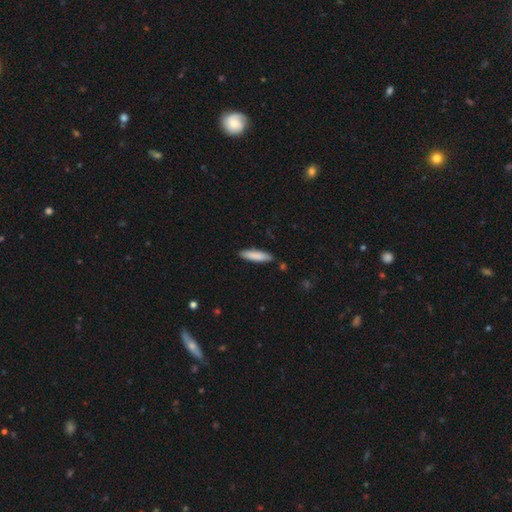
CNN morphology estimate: A smooth galaxy with no disk features (85%) that is cigar-shaped (76%).

Vote fractions:
- Smooth or featured? smooth: 85% / featured or disk: 10% / star or artifact: 6%
- How rounded? cigar-shaped: 76% / in between: 23% / round: 1%
- Merging? none: 88% / minor disturbance: 9% / merger: 2% / major disturbance: 2%